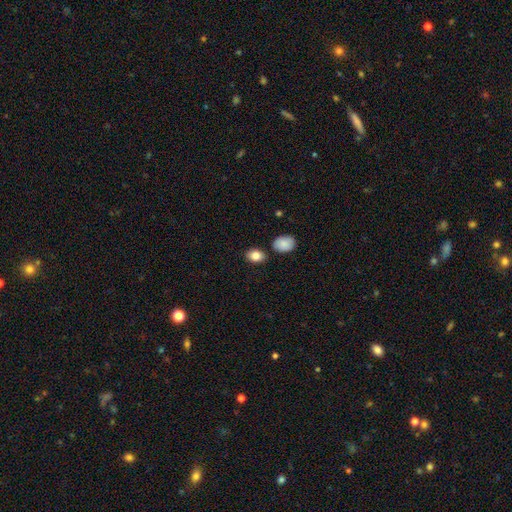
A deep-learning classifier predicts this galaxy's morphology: smooth-or-featured: smooth: 85% | star or artifact: 8% | featured or disk: 6%
  how-rounded: in between: 71% | round: 28% | cigar-shaped: 1%
  merging: none: 79% | minor disturbance: 12% | merger: 7% | major disturbance: 3%